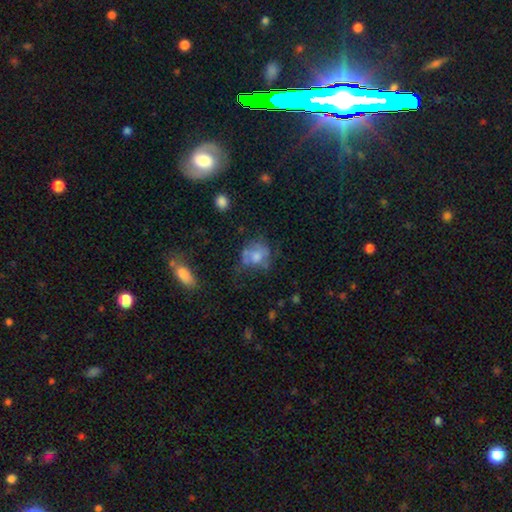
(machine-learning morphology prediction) A smooth galaxy with no disk features (51%) that is round (63%). Merging: none (40%).